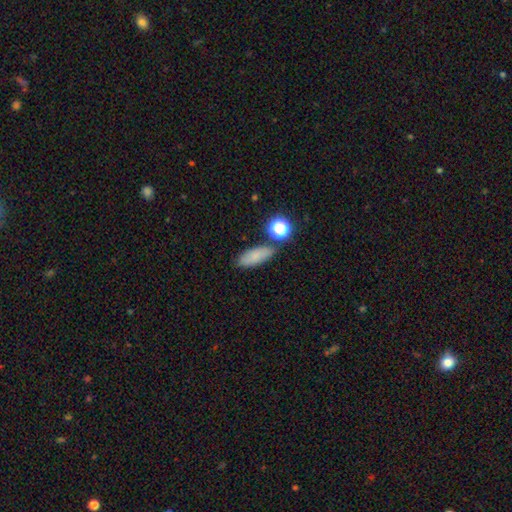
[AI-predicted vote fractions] Smooth or featured?
  - smooth: 77% *
  - star or artifact: 12%
  - featured or disk: 11%
How rounded?
  - in between: 73% *
  - cigar-shaped: 20%
  - round: 7%
Merging?
  - none: 77% *
  - minor disturbance: 13%
  - merger: 7%
  - major disturbance: 3%